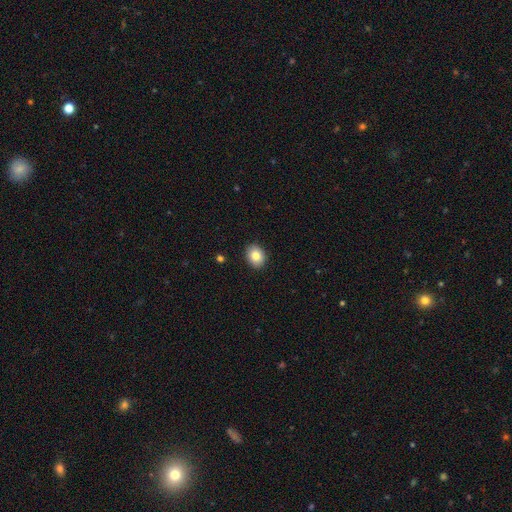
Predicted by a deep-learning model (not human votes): smooth_or_featured: smooth (p=0.84) [alt: star or artifact p=0.08]
how_rounded: in between (p=0.54) [alt: round p=0.45]
merging: none (p=0.91) [alt: minor disturbance p=0.07]